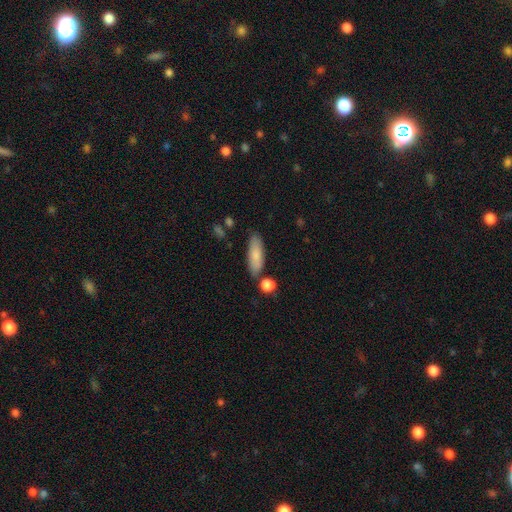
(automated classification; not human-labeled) Smooth or featured: smooth — 82% (featured or disk — 12%)
How rounded: in between — 58% (cigar-shaped — 39%)
Merging: none — 74% (minor disturbance — 15%)